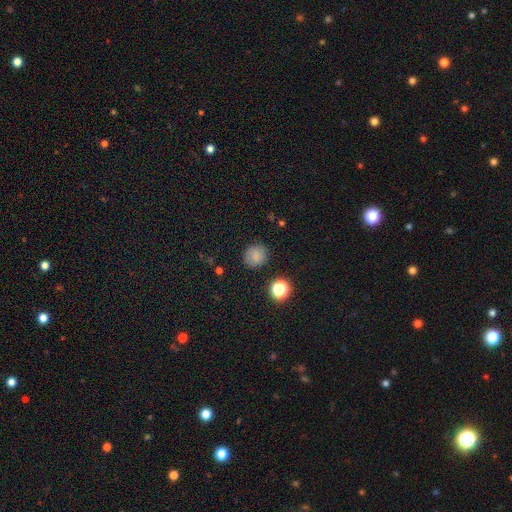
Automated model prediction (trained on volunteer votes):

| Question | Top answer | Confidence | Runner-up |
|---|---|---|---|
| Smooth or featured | smooth | 81% | star or artifact (13%) |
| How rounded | round | 90% | in between (9%) |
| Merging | none | 87% | minor disturbance (9%) |